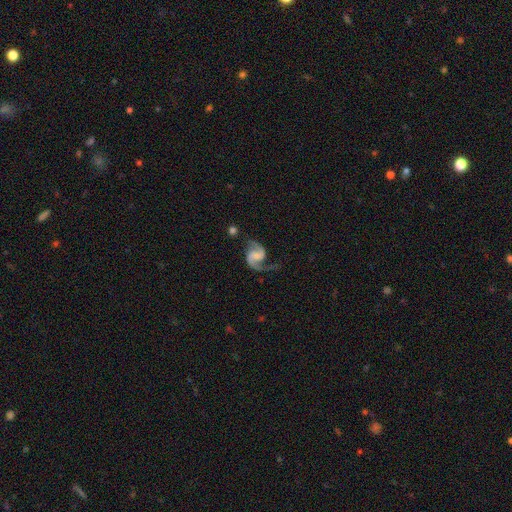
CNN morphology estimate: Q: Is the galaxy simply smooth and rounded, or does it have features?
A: featured or disk — 90%.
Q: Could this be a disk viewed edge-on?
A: no — 98%.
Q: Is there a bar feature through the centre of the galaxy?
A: weak — 44%.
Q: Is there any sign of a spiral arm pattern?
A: yes — 98%.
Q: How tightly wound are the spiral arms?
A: medium — 48%.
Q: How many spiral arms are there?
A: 2 — 89%.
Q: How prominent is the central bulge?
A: none — 41%.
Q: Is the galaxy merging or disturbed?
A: none — 67%.